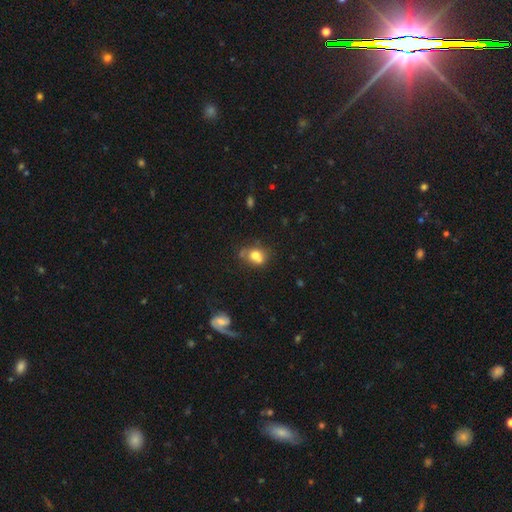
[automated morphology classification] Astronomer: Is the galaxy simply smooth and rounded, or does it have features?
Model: smooth — 71%.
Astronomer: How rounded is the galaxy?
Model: round — 50% (runner-up: in between, 48%).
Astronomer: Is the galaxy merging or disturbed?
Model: none — 48%.